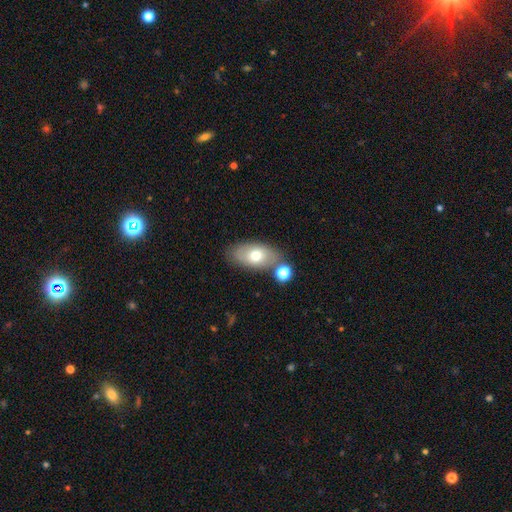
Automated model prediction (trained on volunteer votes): This appears to be a smooth galaxy with no disk features (66%) that is in between round and cigar-shaped (89%). Merging: none (67%).